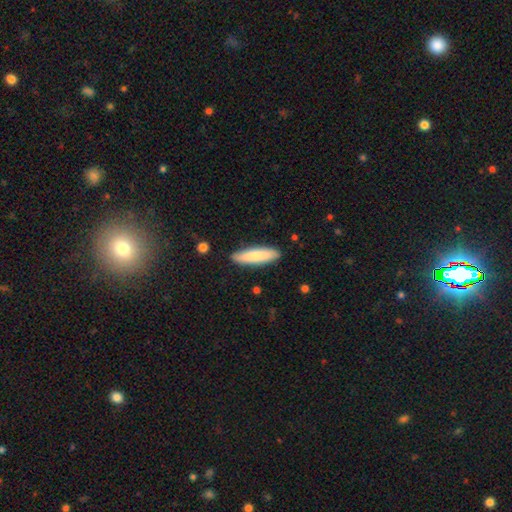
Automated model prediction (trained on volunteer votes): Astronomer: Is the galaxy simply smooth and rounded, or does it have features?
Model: smooth — 81%.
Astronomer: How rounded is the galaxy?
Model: cigar-shaped — 70%.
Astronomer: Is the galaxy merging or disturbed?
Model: none — 88%.